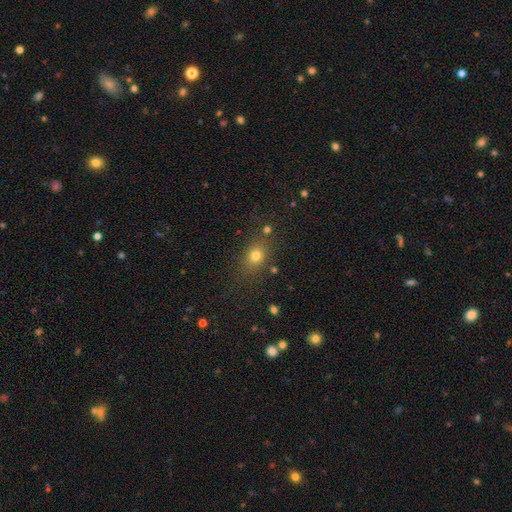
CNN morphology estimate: type=smooth (74%); roundness=round (51%); merging=none (76%).